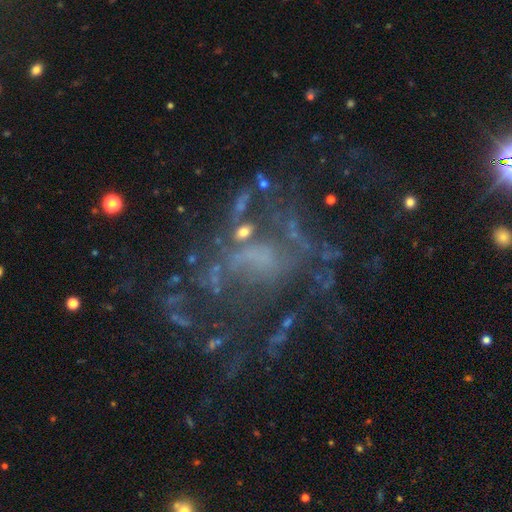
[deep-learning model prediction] This appears to be a featured or disk galaxy (70%) with no bar (67%), no spiral arms (52%) and no central bulge (47%). Merging: none (45%).